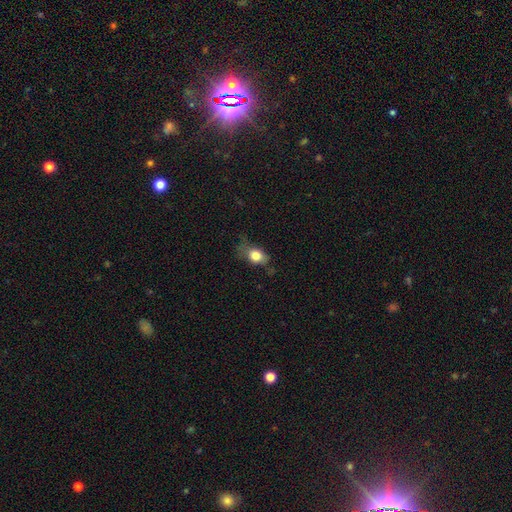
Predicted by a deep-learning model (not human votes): Smooth or featured: smooth — 78% (featured or disk — 12%)
How rounded: in between — 60% (round — 37%)
Merging: none — 43% (minor disturbance — 35%)